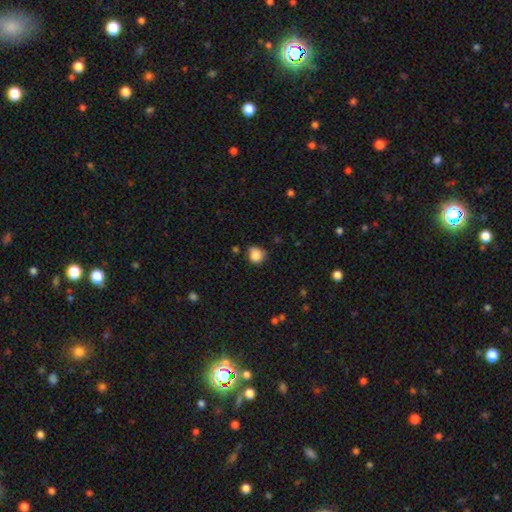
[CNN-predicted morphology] smooth-or-featured: smooth: 85% | star or artifact: 9% | featured or disk: 6%
  how-rounded: round: 77% | in between: 22% | cigar-shaped: 1%
  merging: none: 61% | minor disturbance: 30% | major disturbance: 6% | merger: 3%